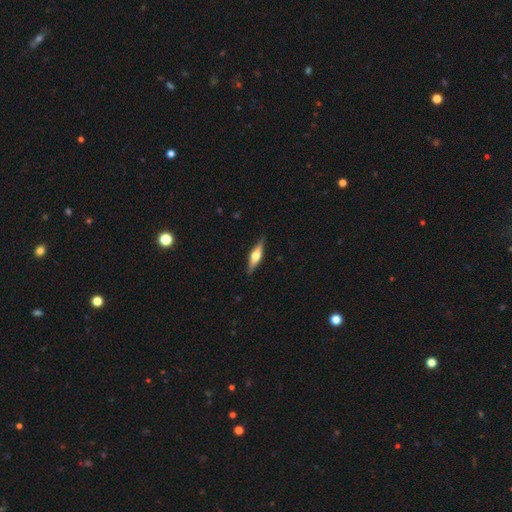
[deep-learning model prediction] featured or disk 62%, smooth 32%, star or artifact 6%. Down the decision tree: edge-on disk — yes (96%); edge-on bulge — rounded (92%); merging — none (89%).